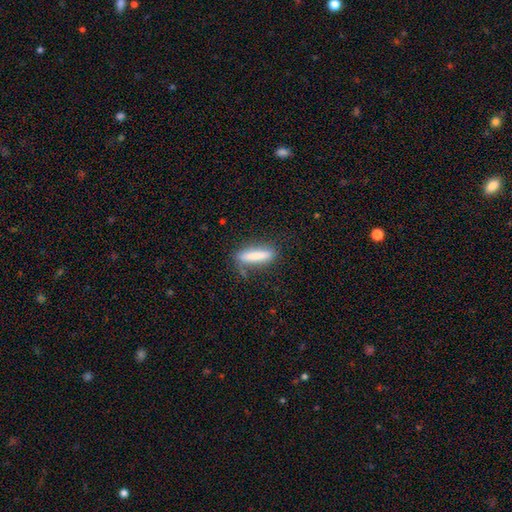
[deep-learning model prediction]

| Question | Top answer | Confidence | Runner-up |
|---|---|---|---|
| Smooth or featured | smooth | 77% | featured or disk (16%) |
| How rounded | cigar-shaped | 81% | in between (18%) |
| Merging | none | 71% | minor disturbance (18%) |